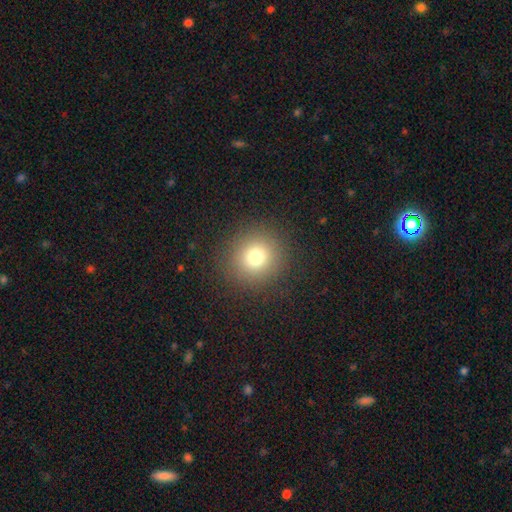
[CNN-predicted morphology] smooth 77%, star or artifact 14%, featured or disk 9%. Down the decision tree: how rounded — round (91%); merging — none (90%).